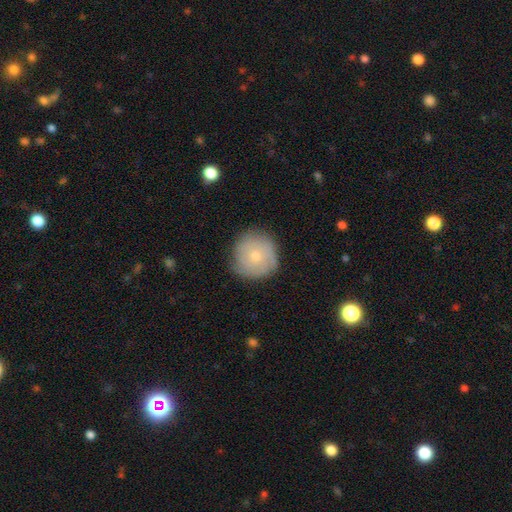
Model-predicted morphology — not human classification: A smooth galaxy with no disk features (55%) that is round (94%).

Vote fractions:
- Smooth or featured? smooth: 55% / featured or disk: 37% / star or artifact: 7%
- How rounded? round: 94% / in between: 5% / cigar-shaped: 1%
- Merging? none: 79% / minor disturbance: 16% / major disturbance: 4% / merger: 1%